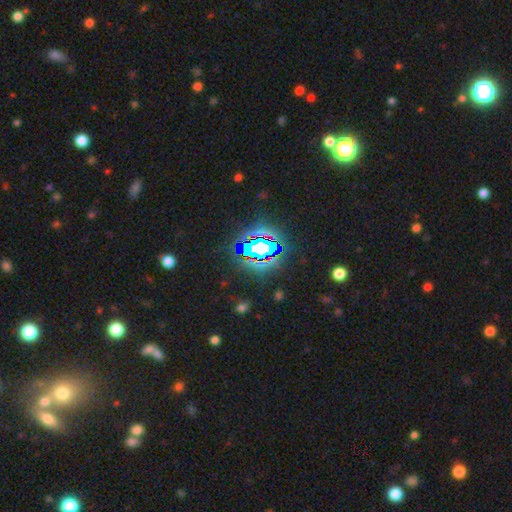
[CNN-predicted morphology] This is clearly a star or artifact rather than a galaxy (80%).